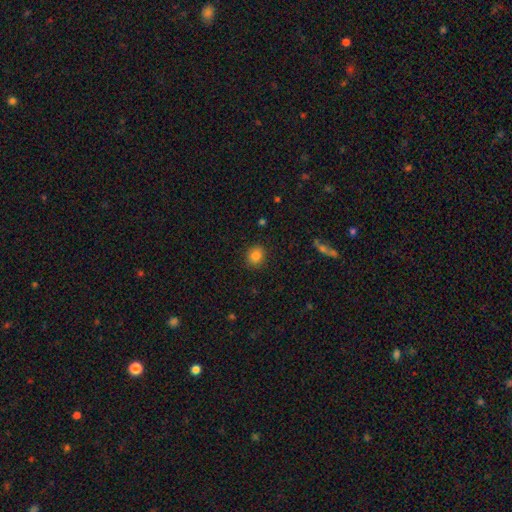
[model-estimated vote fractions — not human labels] A smooth galaxy with no disk features (83%) that is round (75%). Merging: none (89%).